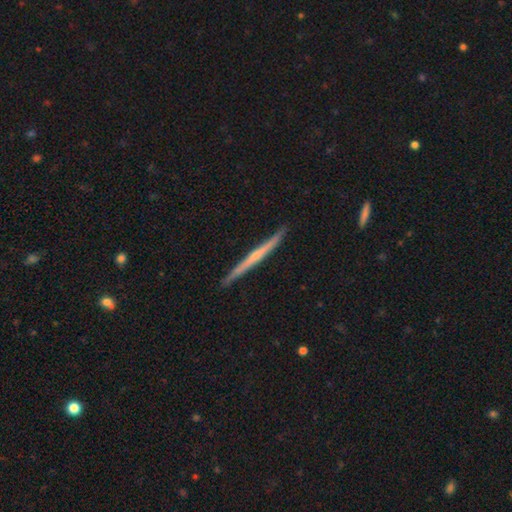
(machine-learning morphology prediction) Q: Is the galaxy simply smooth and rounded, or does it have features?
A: featured or disk — 69%.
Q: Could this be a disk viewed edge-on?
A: yes — 98%.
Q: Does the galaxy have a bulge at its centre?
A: none — 48%.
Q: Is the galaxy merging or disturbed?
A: none — 90%.